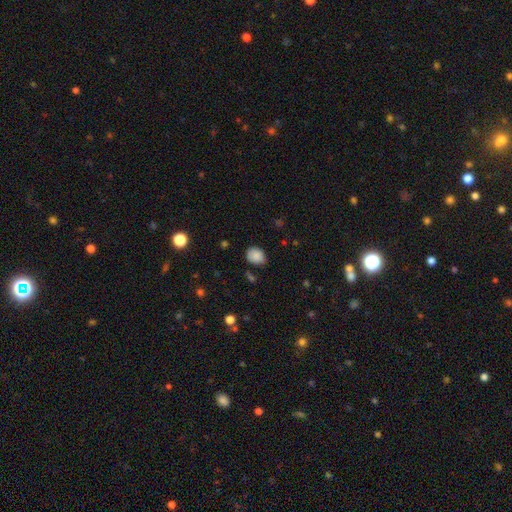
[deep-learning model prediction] Smooth or featured? smooth (86%)
How rounded? in between (54%)
Merging? none (70%)